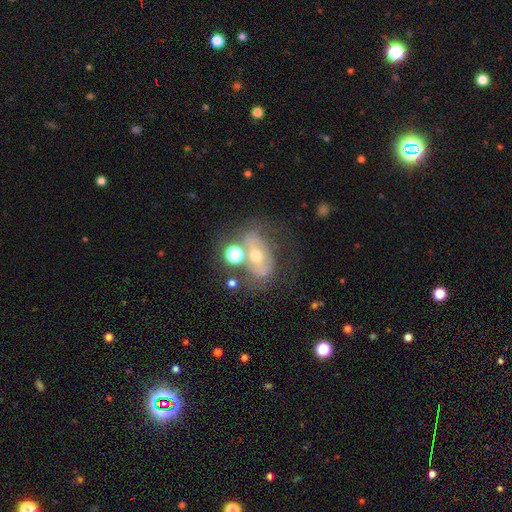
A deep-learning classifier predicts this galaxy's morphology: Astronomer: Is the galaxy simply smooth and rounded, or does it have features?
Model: featured or disk — 61%.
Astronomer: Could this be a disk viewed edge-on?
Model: no — 94%.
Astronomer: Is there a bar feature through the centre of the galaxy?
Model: no — 47% (runner-up: weak, 27%).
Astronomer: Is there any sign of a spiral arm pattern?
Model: no — 52% (runner-up: yes, 48%).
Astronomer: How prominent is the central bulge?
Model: moderate — 61%.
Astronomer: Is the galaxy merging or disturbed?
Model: none — 48%.